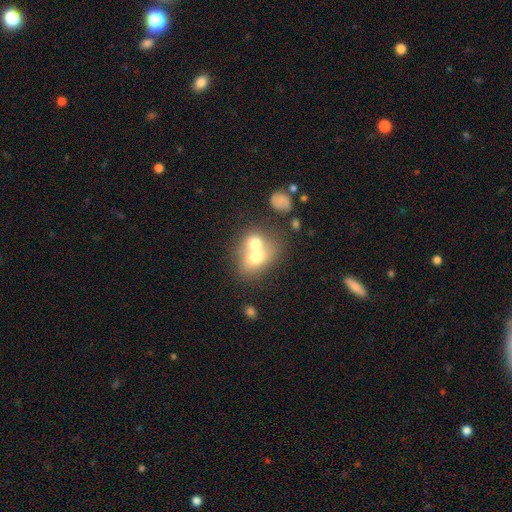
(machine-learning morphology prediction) Smooth or featured: smooth — 65% (featured or disk — 25%)
How rounded: round — 50% (in between — 48%)
Merging: merger — 69% (none — 21%)